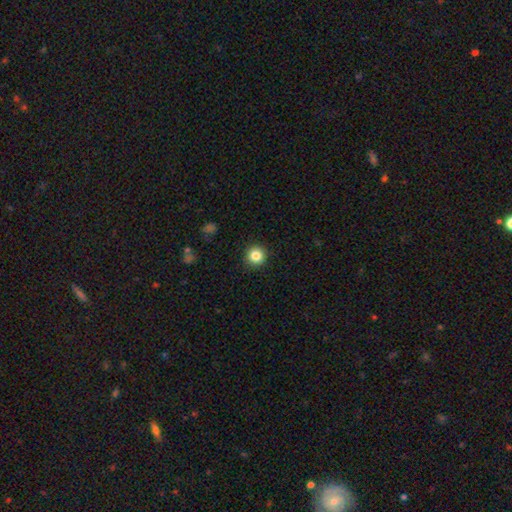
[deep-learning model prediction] Smooth or featured? smooth (84%)
How rounded? round (95%)
Merging? none (93%)